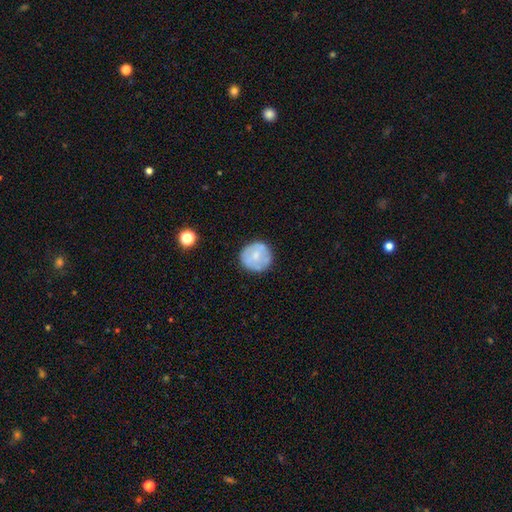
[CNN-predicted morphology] Smooth or featured?
  - smooth: 59% *
  - featured or disk: 34%
  - star or artifact: 7%
How rounded?
  - round: 93% *
  - in between: 6%
  - cigar-shaped: 1%
Merging?
  - none: 78% *
  - minor disturbance: 15%
  - major disturbance: 4%
  - merger: 2%